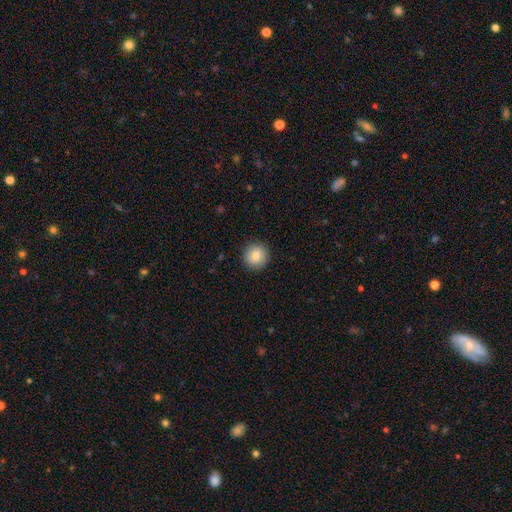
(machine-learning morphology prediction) A smooth galaxy with no disk features (81%) that is round (94%).

Vote fractions:
- Smooth or featured? smooth: 81% / featured or disk: 10% / star or artifact: 9%
- How rounded? round: 94% / in between: 5% / cigar-shaped: 1%
- Merging? none: 92% / minor disturbance: 6% / major disturbance: 2% / merger: 1%